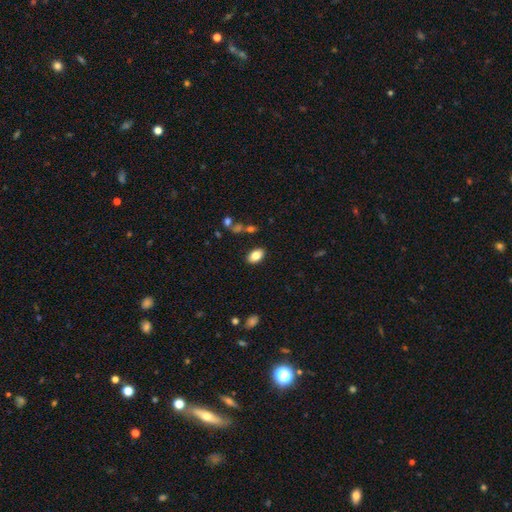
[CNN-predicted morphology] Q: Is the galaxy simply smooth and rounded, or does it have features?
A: smooth — 82%.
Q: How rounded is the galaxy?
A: in between — 90%.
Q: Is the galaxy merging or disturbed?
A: none — 86%.